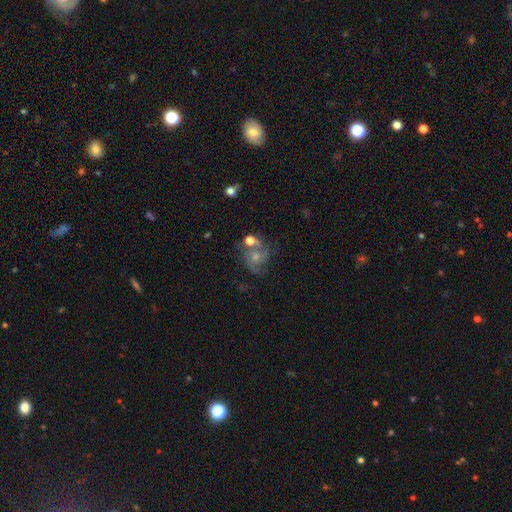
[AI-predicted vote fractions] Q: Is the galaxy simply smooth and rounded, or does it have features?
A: featured or disk — 67%.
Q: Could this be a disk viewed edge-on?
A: no — 98%.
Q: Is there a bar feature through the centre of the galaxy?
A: no — 75%.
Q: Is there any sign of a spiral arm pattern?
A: yes — 90%.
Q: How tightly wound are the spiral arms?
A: medium — 50%.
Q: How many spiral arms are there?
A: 2 — 63%.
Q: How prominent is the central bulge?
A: moderate — 50%.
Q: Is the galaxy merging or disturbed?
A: none — 52%.